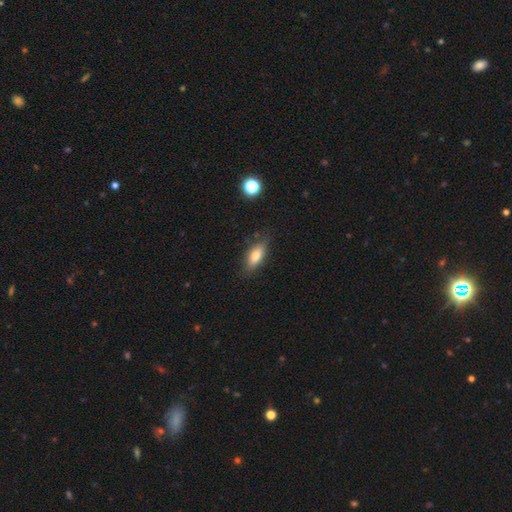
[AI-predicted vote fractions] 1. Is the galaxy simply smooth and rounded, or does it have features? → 74% smooth, 19% featured or disk, 8% star or artifact.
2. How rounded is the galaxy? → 74% in between, 23% cigar-shaped, 3% round.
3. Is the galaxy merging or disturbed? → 78% none, 17% minor disturbance, 3% major disturbance, 2% merger.